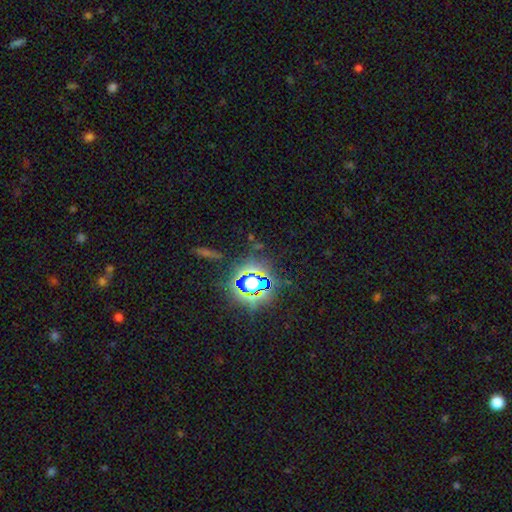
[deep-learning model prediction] Smooth or featured? Predicted: star or artifact (p=0.82).